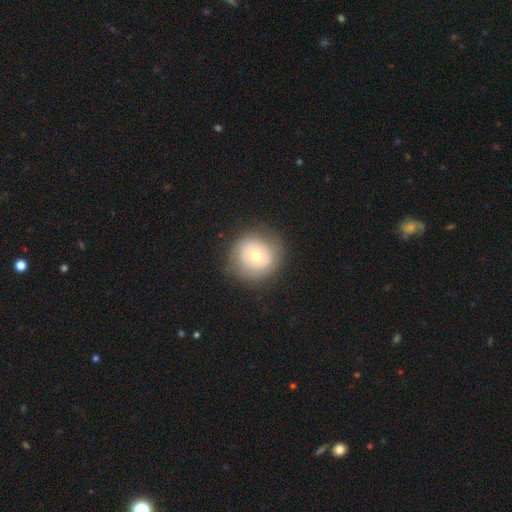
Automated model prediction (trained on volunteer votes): Smooth or featured: smooth — 57% (featured or disk — 36%)
How rounded: round — 93% (in between — 6%)
Merging: none — 80% (minor disturbance — 14%)